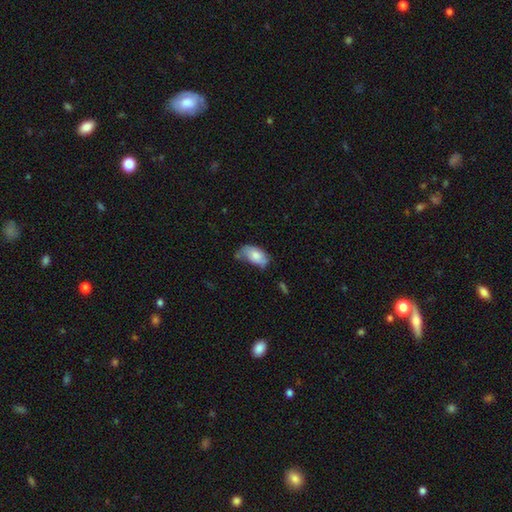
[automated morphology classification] Smooth or featured?
  - smooth: 75% *
  - featured or disk: 18%
  - star or artifact: 7%
How rounded?
  - in between: 93% *
  - round: 4%
  - cigar-shaped: 2%
Merging?
  - minor disturbance: 39% *
  - none: 37%
  - major disturbance: 16%
  - merger: 8%